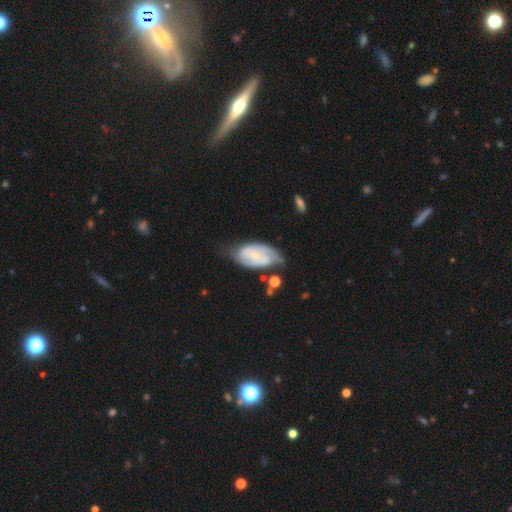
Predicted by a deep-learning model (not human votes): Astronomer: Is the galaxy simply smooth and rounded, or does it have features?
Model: featured or disk — 78%.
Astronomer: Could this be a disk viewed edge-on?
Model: no — 96%.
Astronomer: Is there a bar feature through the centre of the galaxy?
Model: no — 56% (runner-up: weak, 35%).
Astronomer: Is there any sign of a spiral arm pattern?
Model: yes — 93%.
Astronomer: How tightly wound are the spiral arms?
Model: tight — 53% (runner-up: medium, 37%).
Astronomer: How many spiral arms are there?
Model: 2 — 71%.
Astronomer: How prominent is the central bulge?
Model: small — 70%.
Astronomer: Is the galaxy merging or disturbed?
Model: none — 60%.